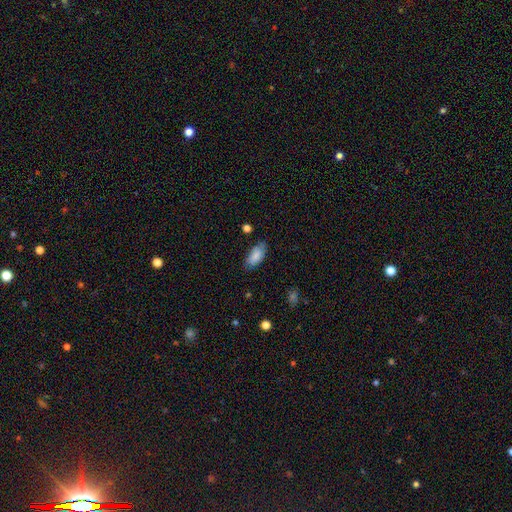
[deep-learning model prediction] Smooth or featured? Predicted: smooth (p=0.85). How rounded? Predicted: in between (p=0.90). Merging? Predicted: none (p=0.78).